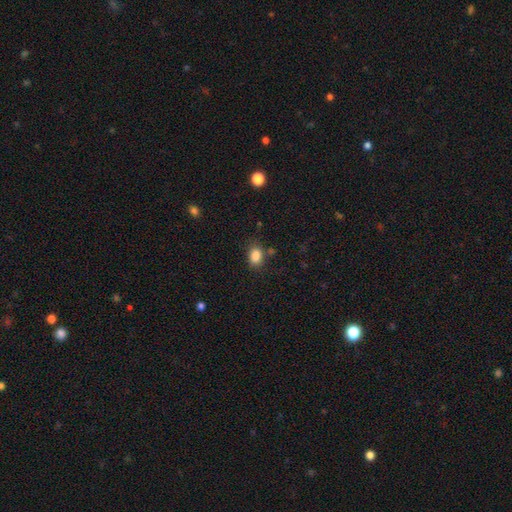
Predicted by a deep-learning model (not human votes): A smooth galaxy with no disk features (85%) that is in between round and cigar-shaped (73%).

Vote fractions:
- Smooth or featured? smooth: 85% / star or artifact: 10% / featured or disk: 5%
- How rounded? in between: 73% / round: 26% / cigar-shaped: 1%
- Merging? none: 76% / minor disturbance: 14% / merger: 6% / major disturbance: 4%